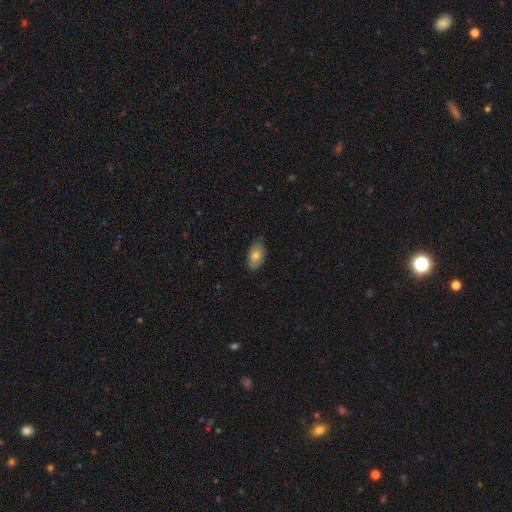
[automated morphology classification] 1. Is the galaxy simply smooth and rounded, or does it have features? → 71% smooth, 22% featured or disk, 7% star or artifact.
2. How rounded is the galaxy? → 92% in between, 5% round, 2% cigar-shaped.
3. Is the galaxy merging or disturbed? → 77% none, 19% minor disturbance, 3% major disturbance, 1% merger.